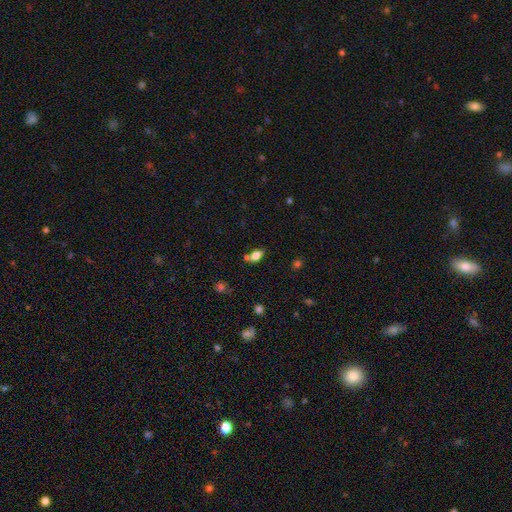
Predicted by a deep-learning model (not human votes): Q: Smooth or featured?
A: smooth (75%); runner-up: featured or disk (13%)
Q: How rounded?
A: in between (82%); runner-up: round (11%)
Q: Merging?
A: none (61%); runner-up: merger (20%)